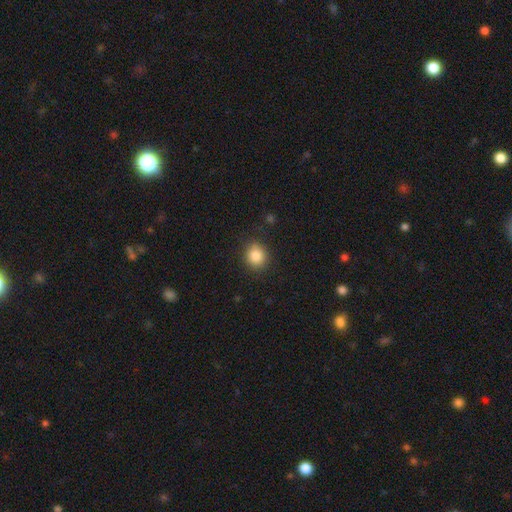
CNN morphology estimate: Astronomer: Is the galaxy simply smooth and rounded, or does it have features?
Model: smooth — 85%.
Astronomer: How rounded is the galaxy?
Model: round — 82%.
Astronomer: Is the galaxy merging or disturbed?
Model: none — 87%.